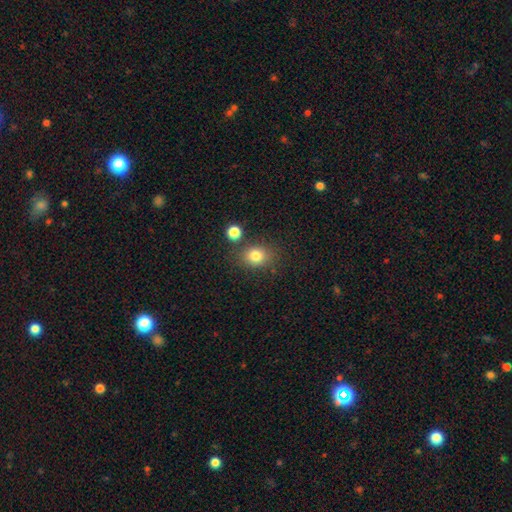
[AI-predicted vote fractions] smooth-or-featured: smooth: 80% | star or artifact: 12% | featured or disk: 8%
  how-rounded: round: 58% | in between: 41% | cigar-shaped: 1%
  merging: none: 76% | minor disturbance: 12% | merger: 8% | major disturbance: 4%